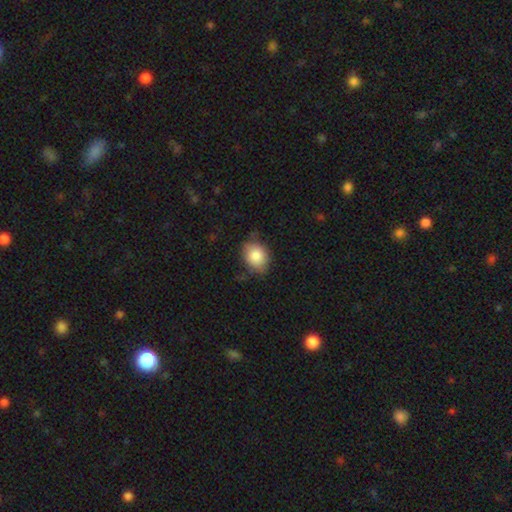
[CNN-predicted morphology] Smooth or featured?
  - smooth: 85% *
  - star or artifact: 8%
  - featured or disk: 7%
How rounded?
  - in between: 53% *
  - round: 46%
  - cigar-shaped: 1%
Merging?
  - none: 73% *
  - minor disturbance: 21%
  - major disturbance: 4%
  - merger: 2%